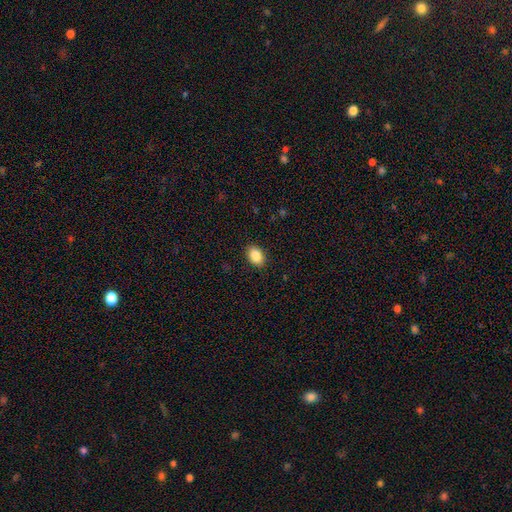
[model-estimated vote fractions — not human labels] Smooth or featured?
  - smooth: 87% *
  - star or artifact: 8%
  - featured or disk: 5%
How rounded?
  - in between: 83% *
  - round: 16%
  - cigar-shaped: 1%
Merging?
  - none: 89% *
  - minor disturbance: 8%
  - major disturbance: 2%
  - merger: 1%